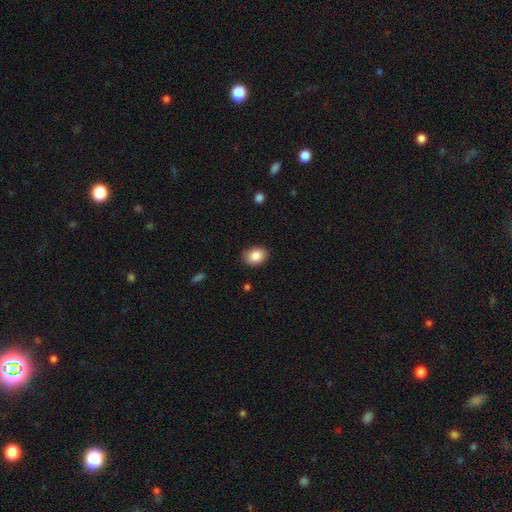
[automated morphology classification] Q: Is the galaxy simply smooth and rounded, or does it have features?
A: smooth — 86%.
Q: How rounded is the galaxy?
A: in between — 61%.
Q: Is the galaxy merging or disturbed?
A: none — 84%.